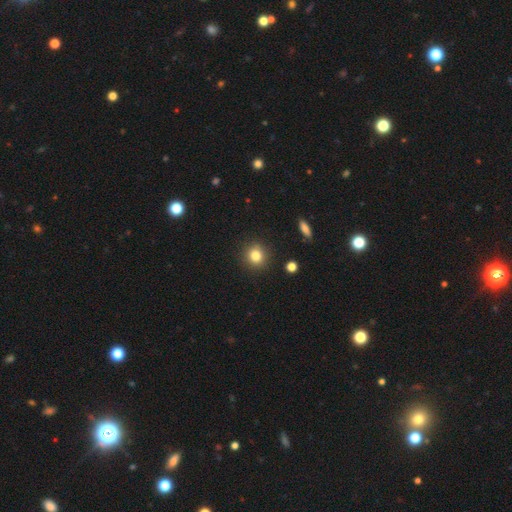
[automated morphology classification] A smooth galaxy with no disk features (82%) that is round (86%). Merging: none (90%).